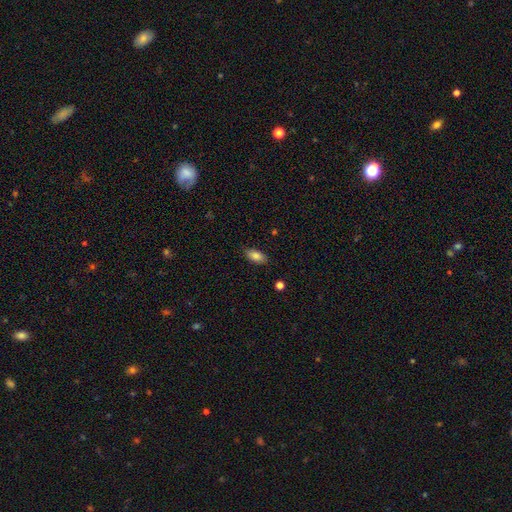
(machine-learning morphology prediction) Overall: smooth (84%). How rounded: in between (90%). Merging: none (85%).